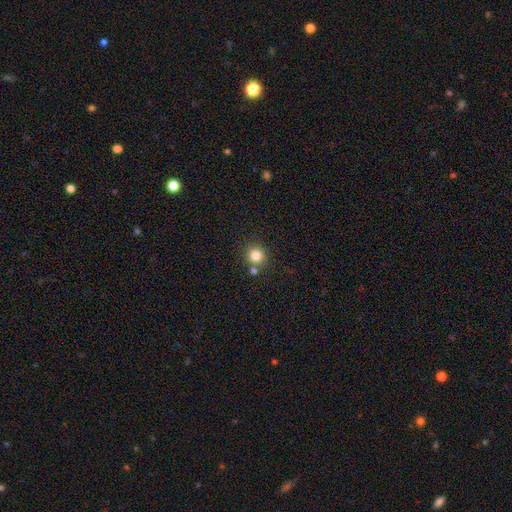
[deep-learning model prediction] This is clearly a smooth galaxy (82%). How rounded: clearly round (92%). Merging: likely none (75%).